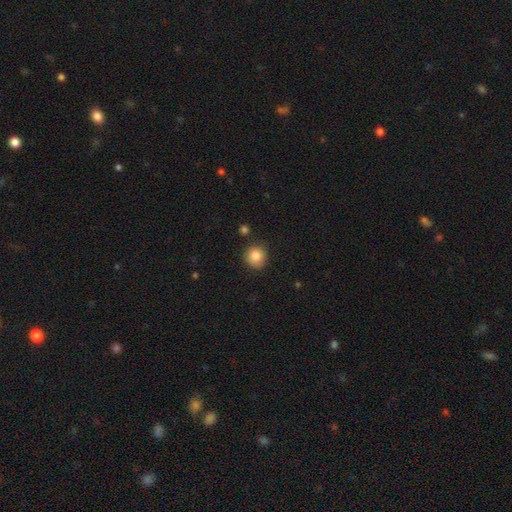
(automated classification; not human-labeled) A smooth galaxy with no disk features (85%) that is round (91%). Merging: none (84%).